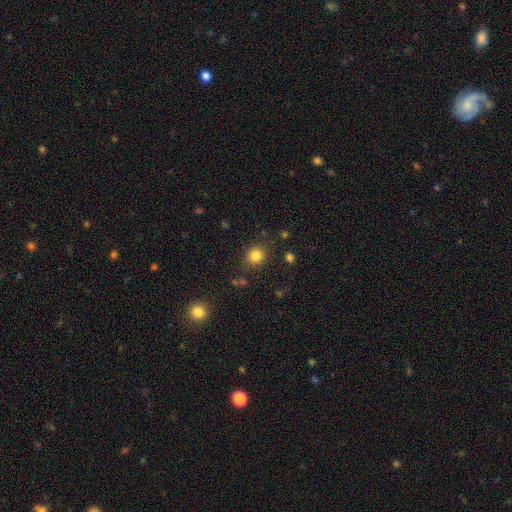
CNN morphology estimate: A smooth galaxy with no disk features (83%) that is round (80%). Merging: none (85%).